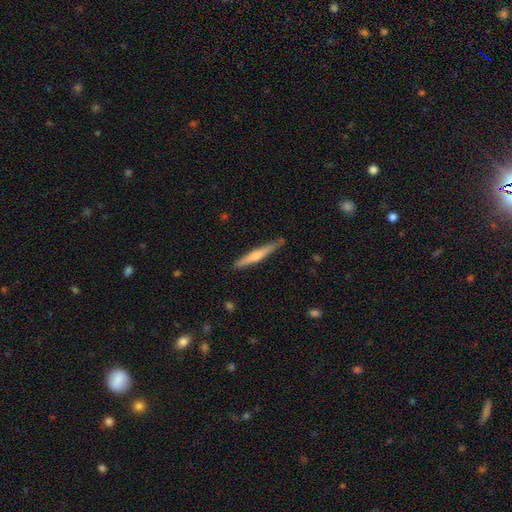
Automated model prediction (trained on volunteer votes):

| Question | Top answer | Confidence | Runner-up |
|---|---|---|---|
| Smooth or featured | smooth | 50% | featured or disk (45%) |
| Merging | none | 81% | minor disturbance (15%) |